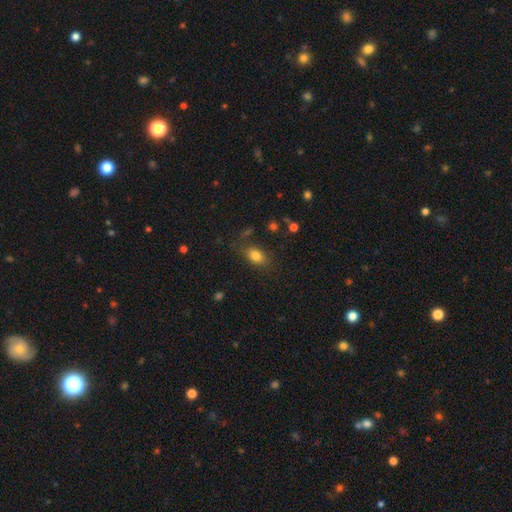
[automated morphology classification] type=smooth (82%); roundness=in between (82%); merging=none (74%).